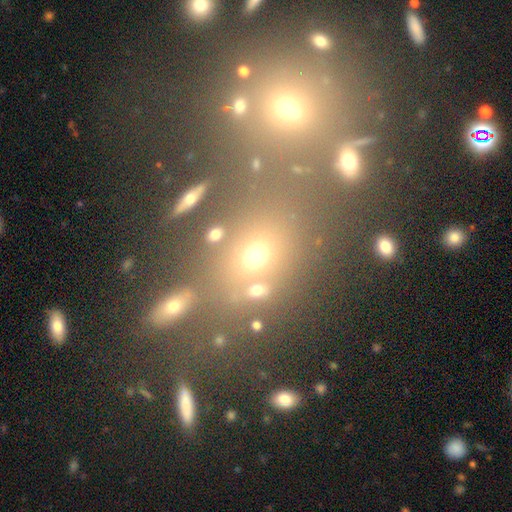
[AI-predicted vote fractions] Smooth or featured: smooth — 59% (star or artifact — 25%)
How rounded: round — 53% (in between — 44%)
Merging: none — 61% (merger — 19%)